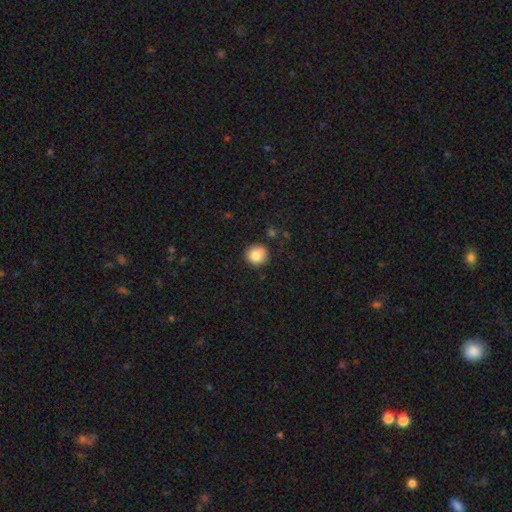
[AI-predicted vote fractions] Overall: smooth (86%). How rounded: round (91%). Merging: none (85%).